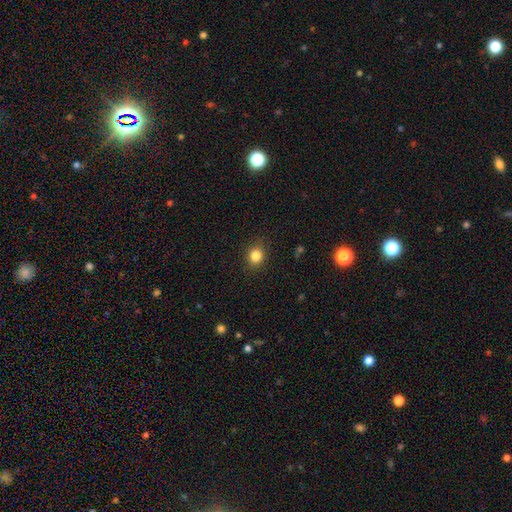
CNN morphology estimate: smooth_or_featured: smooth (p=0.84) [alt: star or artifact p=0.11]
how_rounded: round (p=0.74) [alt: in between p=0.25]
merging: none (p=0.86) [alt: minor disturbance p=0.10]